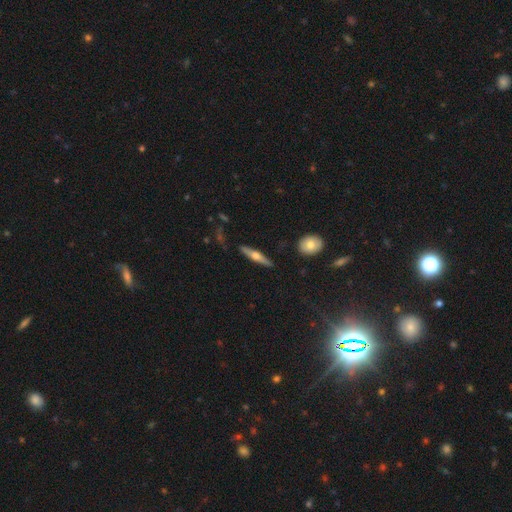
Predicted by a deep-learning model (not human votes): featured or disk 60%, smooth 35%, star or artifact 5%. Down the decision tree: edge-on disk — yes (95%); edge-on bulge — rounded (92%); merging — none (88%).